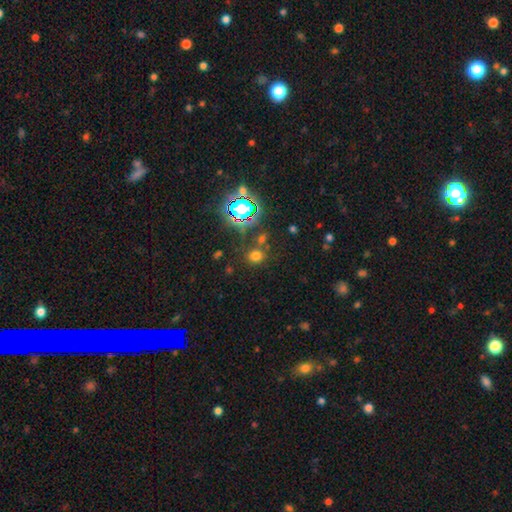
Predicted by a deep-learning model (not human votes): Q: Smooth or featured?
A: smooth (64%); runner-up: star or artifact (29%)
Q: How rounded?
A: round (78%); runner-up: in between (21%)
Q: Merging?
A: none (76%); runner-up: merger (10%)